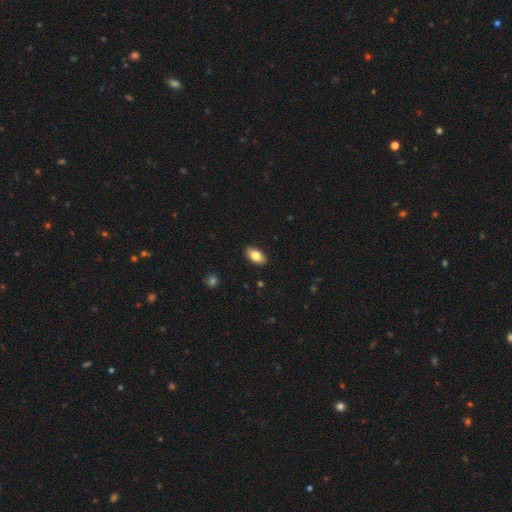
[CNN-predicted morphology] type=smooth (81%); roundness=in between (93%); merging=none (89%).